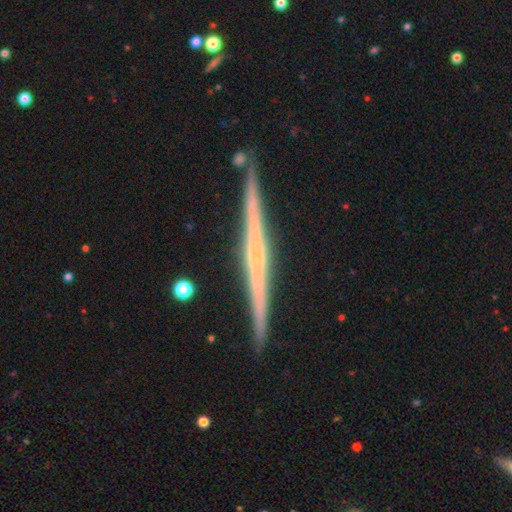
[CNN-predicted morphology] This is likely a featured or disk galaxy (79%). It is clearly viewed edge-on (98%). Edge-on bulge: possibly none (59%). Merging: clearly none (90%).